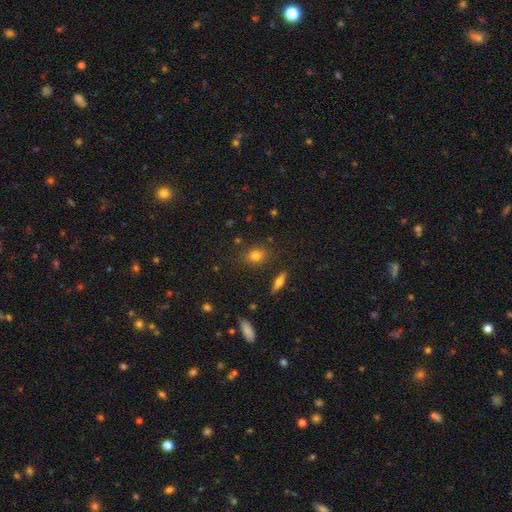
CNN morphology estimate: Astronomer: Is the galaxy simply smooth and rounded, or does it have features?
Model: smooth — 76%.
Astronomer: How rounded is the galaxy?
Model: round — 56% (runner-up: in between, 41%).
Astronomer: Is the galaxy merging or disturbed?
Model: none — 80%.